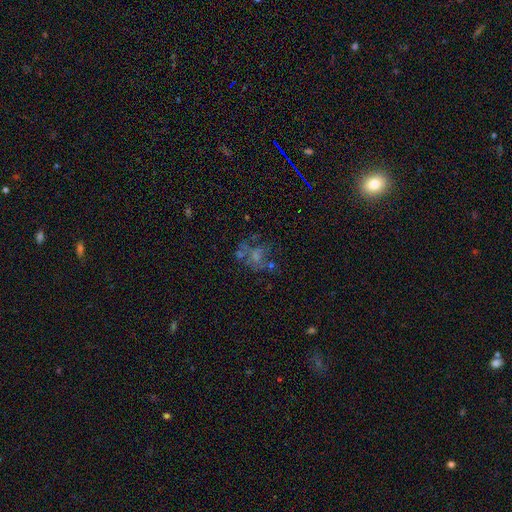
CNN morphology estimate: Q: Smooth or featured?
A: featured or disk (46%); runner-up: smooth (32%)
Q: Merging?
A: none (39%); runner-up: major disturbance (27%)